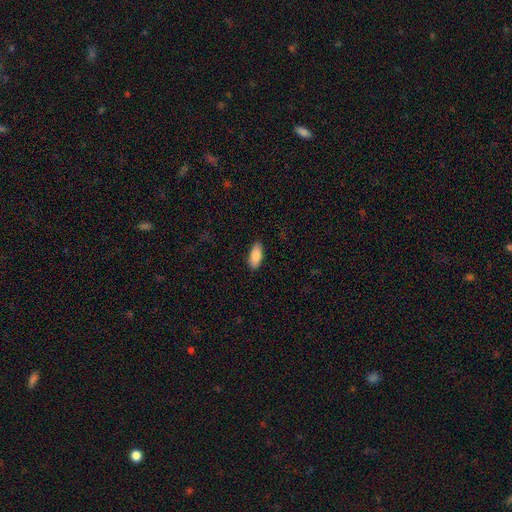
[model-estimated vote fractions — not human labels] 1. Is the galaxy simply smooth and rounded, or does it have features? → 86% smooth, 8% featured or disk, 6% star or artifact.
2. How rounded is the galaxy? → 86% in between, 12% cigar-shaped, 2% round.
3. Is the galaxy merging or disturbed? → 88% none, 9% minor disturbance, 2% major disturbance, 1% merger.